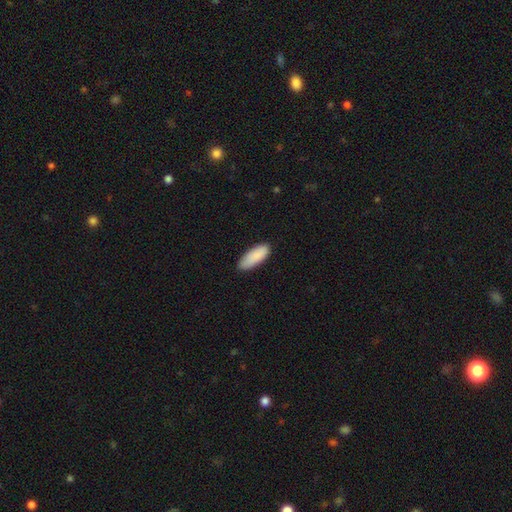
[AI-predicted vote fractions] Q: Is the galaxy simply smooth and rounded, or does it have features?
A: smooth — 89%.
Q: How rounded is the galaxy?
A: in between — 77%.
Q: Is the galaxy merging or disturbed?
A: none — 83%.